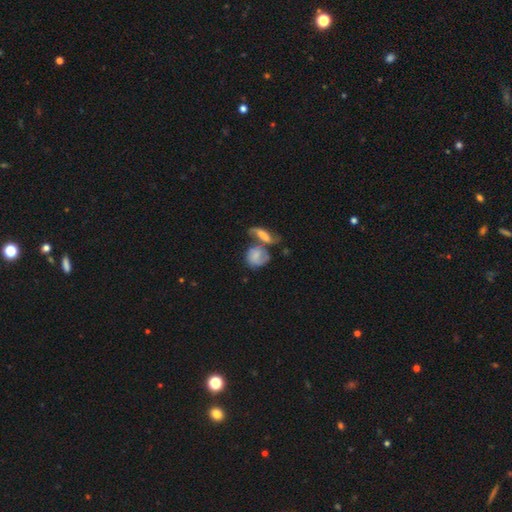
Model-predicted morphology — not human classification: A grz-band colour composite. It shows a smooth galaxy with no disk features (59%) that is in between round and cigar-shaped (49%). Merging: merger (53%).